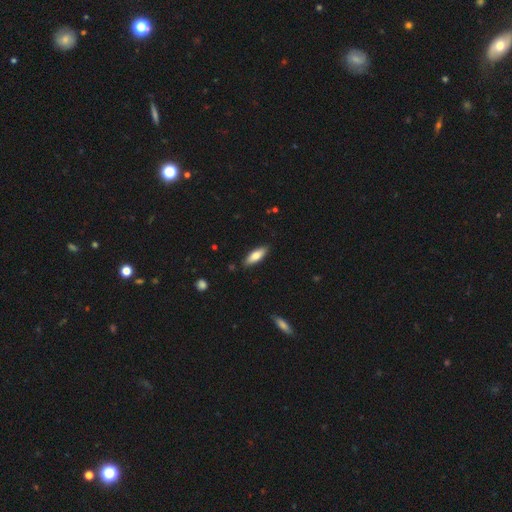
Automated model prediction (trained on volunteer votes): A smooth galaxy with no disk features (75%) that is in between round and cigar-shaped (58%).

Vote fractions:
- Smooth or featured? smooth: 75% / featured or disk: 20% / star or artifact: 6%
- How rounded? in between: 58% / cigar-shaped: 40% / round: 2%
- Merging? none: 88% / minor disturbance: 9% / major disturbance: 2% / merger: 1%